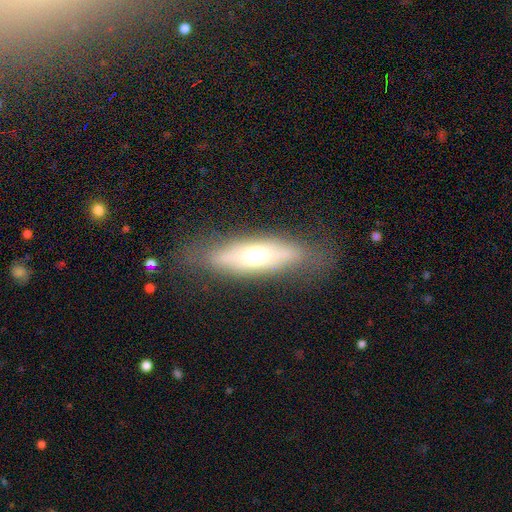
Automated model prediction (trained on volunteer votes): This appears to be a smooth galaxy with no disk features (51%) that is cigar-shaped (60%). Merging: none (75%).